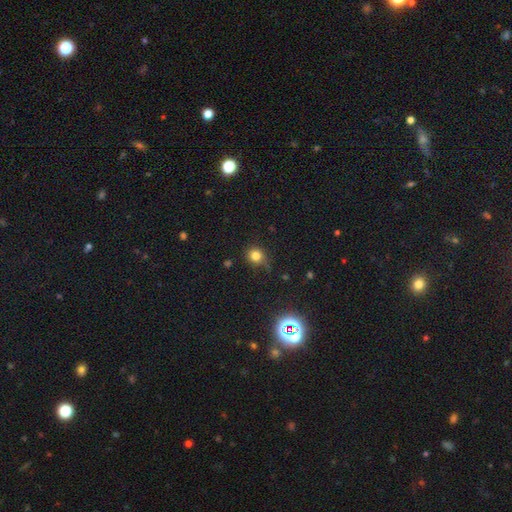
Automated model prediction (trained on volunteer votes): smooth_or_featured: smooth (p=0.78) [alt: star or artifact p=0.15]
how_rounded: round (p=0.86) [alt: in between p=0.13]
merging: none (p=0.73) [alt: minor disturbance p=0.19]